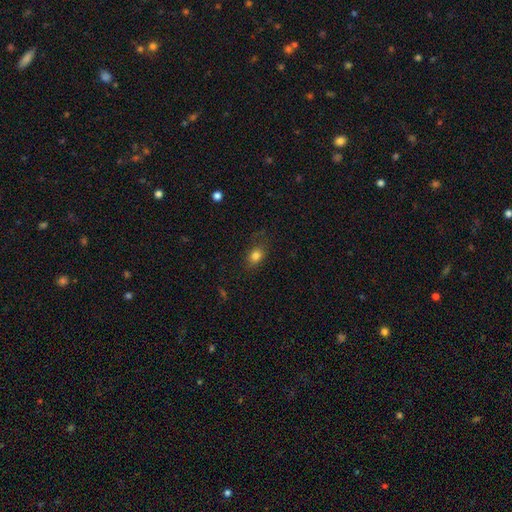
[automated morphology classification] This appears to be a smooth galaxy with no disk features (81%) that is in between round and cigar-shaped (65%). Merging: none (74%).